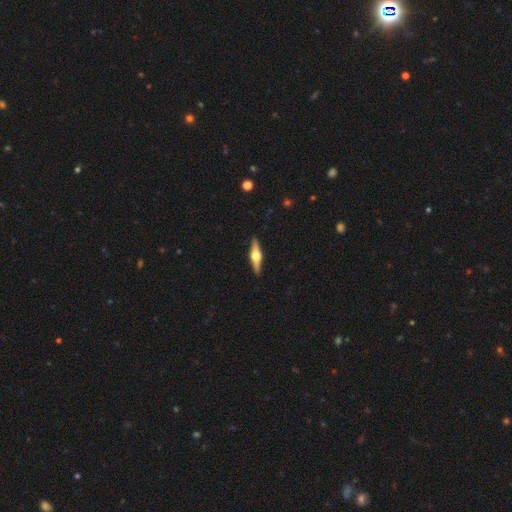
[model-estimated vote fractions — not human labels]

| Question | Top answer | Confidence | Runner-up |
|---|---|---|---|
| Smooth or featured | featured or disk | 72% | smooth (23%) |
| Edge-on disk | yes | 97% | no (3%) |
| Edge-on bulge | rounded | 94% | boxy (4%) |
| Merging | none | 91% | minor disturbance (7%) |